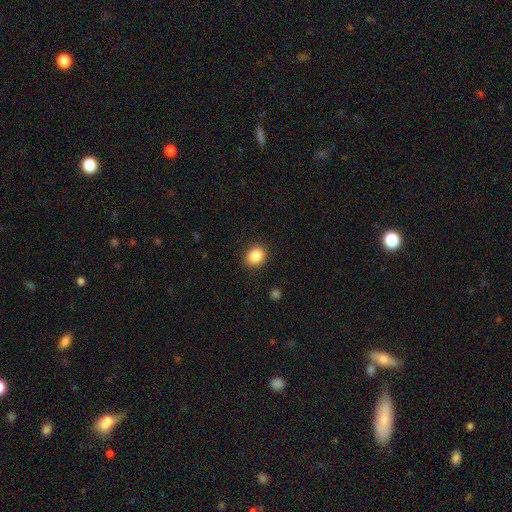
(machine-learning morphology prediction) This appears to be a smooth galaxy with no disk features (86%) that is round (68%). Merging: none (89%).